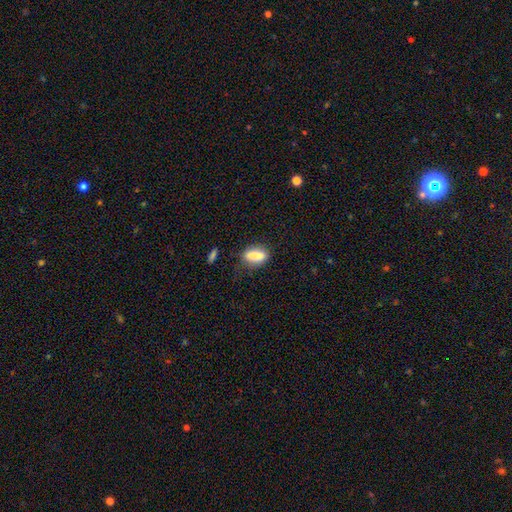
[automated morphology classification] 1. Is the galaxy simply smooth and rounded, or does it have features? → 80% smooth, 12% featured or disk, 8% star or artifact.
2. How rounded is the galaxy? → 67% in between, 27% cigar-shaped, 6% round.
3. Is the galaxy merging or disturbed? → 71% none, 19% minor disturbance, 7% major disturbance, 3% merger.